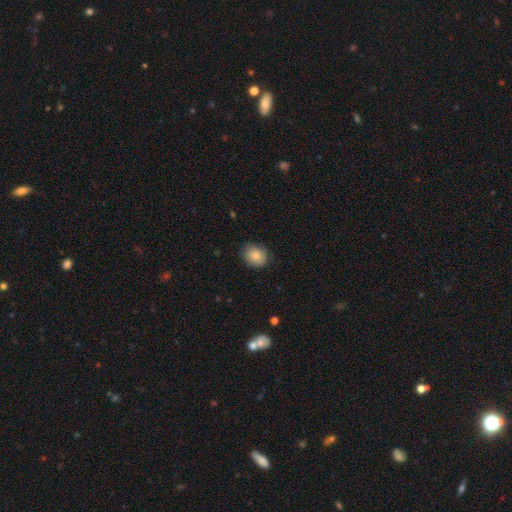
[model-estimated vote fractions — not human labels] Q: Smooth or featured?
A: smooth (84%); runner-up: star or artifact (8%)
Q: How rounded?
A: round (61%); runner-up: in between (38%)
Q: Merging?
A: none (84%); runner-up: minor disturbance (13%)